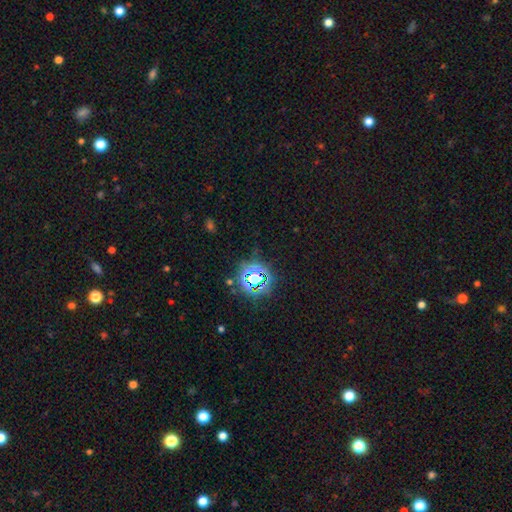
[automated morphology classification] The model was most divided on "smooth or featured": star or artifact: 77%, smooth: 15%, featured or disk: 8%.